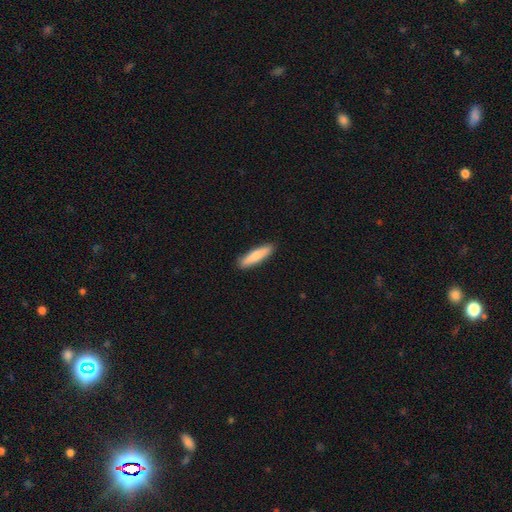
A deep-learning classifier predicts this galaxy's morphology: Smooth or featured? smooth (77%)
How rounded? cigar-shaped (82%)
Merging? none (91%)